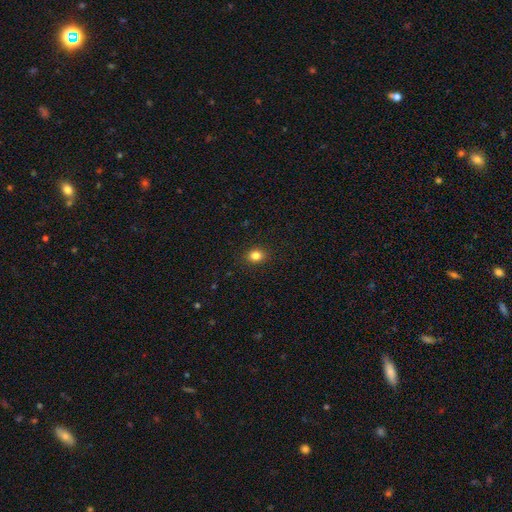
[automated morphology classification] Q: Smooth or featured?
A: smooth (84%); runner-up: star or artifact (11%)
Q: How rounded?
A: in between (49%); tied with: round (49%)
Q: Merging?
A: none (90%); runner-up: minor disturbance (7%)